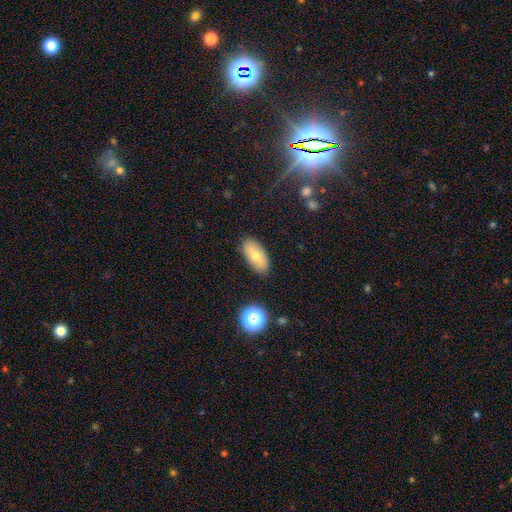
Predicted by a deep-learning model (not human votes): smooth-or-featured: smooth: 67% | featured or disk: 24% | star or artifact: 9%
  how-rounded: in between: 90% | cigar-shaped: 6% | round: 4%
  merging: none: 86% | minor disturbance: 10% | major disturbance: 2% | merger: 2%